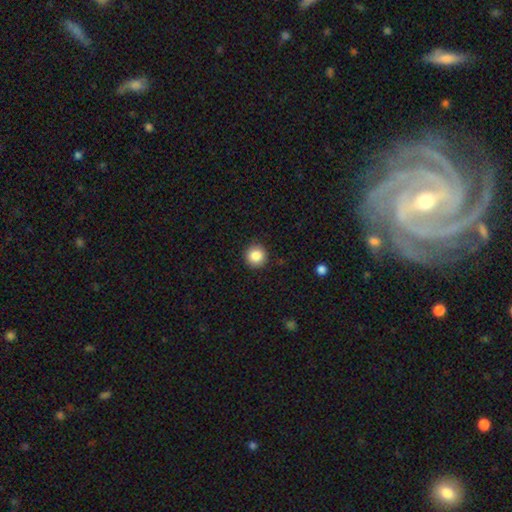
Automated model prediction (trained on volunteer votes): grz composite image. It shows a smooth galaxy with no disk features (86%) that is round (95%). Merging: none (91%).